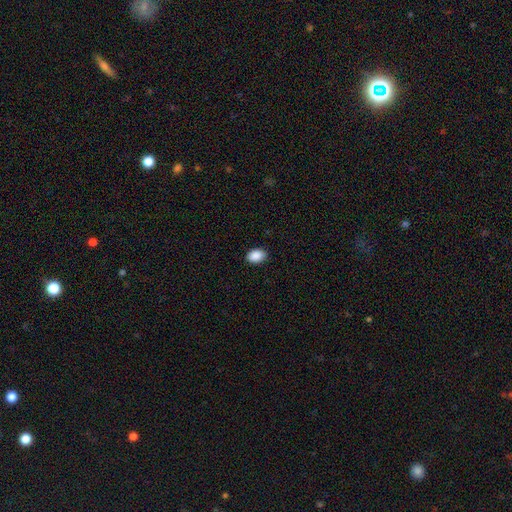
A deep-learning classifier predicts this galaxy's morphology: The model was most divided on "how rounded": in between: 80%, round: 19%, cigar-shaped: 1%. More confident: smooth or featured — smooth (90%); merging — none (89%).